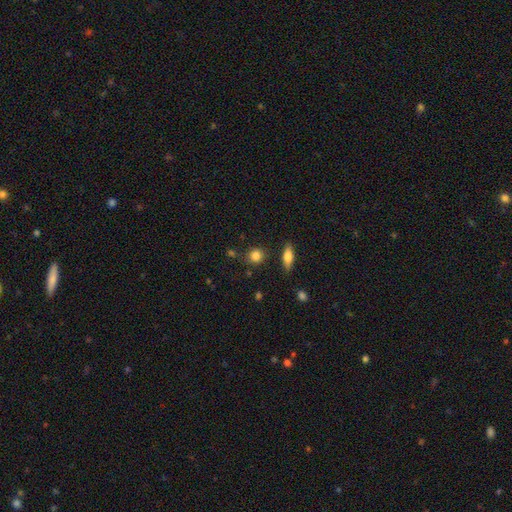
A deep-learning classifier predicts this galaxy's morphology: This is clearly a smooth galaxy (84%). How rounded: clearly round (80%). Merging: likely none (80%).